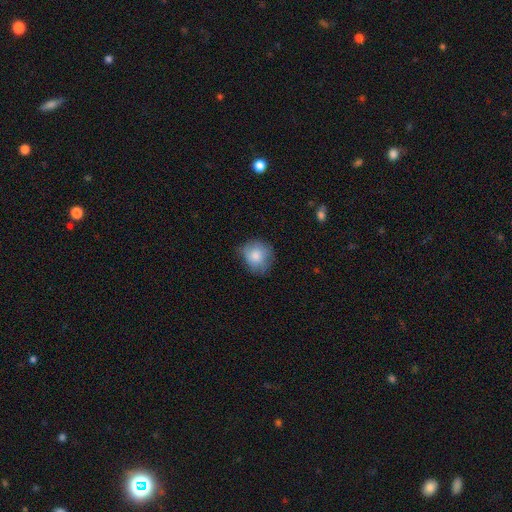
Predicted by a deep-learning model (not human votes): This appears to be a smooth galaxy with no disk features (81%) that is round (81%). Merging: none (63%).